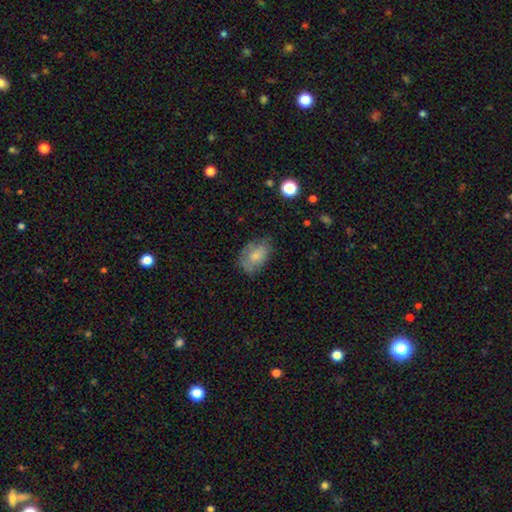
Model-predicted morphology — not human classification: Smooth or featured: smooth — 70% (featured or disk — 22%)
How rounded: in between — 86% (round — 13%)
Merging: none — 59% (minor disturbance — 29%)